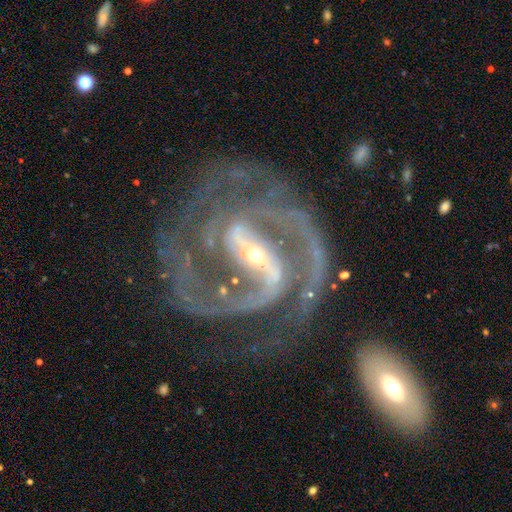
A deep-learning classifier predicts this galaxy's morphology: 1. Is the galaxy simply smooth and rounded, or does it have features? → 93% featured or disk, 5% star or artifact, 2% smooth.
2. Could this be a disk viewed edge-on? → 98% no, 2% yes.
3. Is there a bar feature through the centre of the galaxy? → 62% strong, 27% weak, 11% no.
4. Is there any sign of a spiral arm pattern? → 98% yes, 2% no.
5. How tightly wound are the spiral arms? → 62% medium, 22% tight, 16% loose.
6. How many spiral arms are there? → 82% 2, 6% 3, 4% can't tell, 3% 1, 3% 4, 3% more than 4.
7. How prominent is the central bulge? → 73% small, 22% moderate, 2% large, 1% none, 1% dominant.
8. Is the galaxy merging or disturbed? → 65% none, 16% major disturbance, 16% minor disturbance, 4% merger.